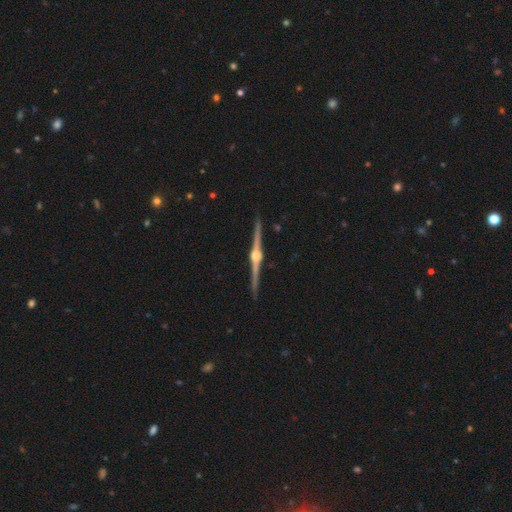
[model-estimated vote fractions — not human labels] Smooth or featured? featured or disk (90%)
Edge-on disk? yes (99%)
Edge-on bulge? rounded (95%)
Merging? none (92%)